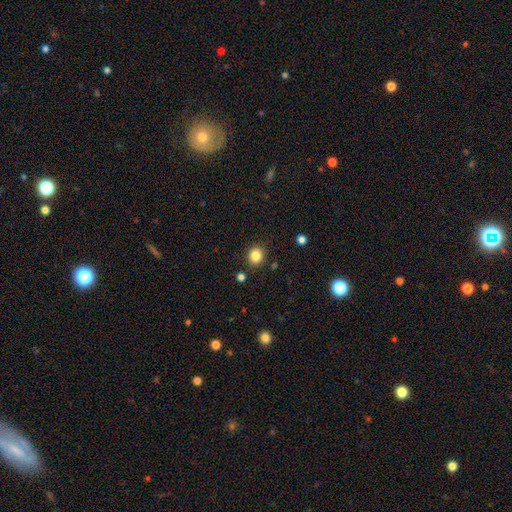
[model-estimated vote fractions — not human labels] Smooth or featured: smooth — 84% (star or artifact — 11%)
How rounded: round — 84% (in between — 15%)
Merging: none — 89% (minor disturbance — 7%)